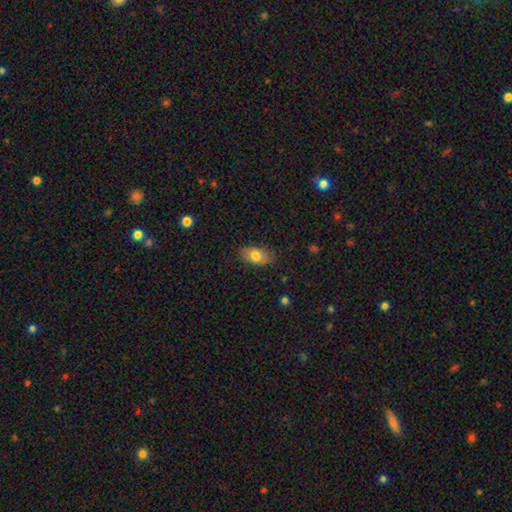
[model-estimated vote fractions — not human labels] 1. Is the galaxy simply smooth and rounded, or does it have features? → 79% smooth, 14% featured or disk, 7% star or artifact.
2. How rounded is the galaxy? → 90% in between, 6% round, 4% cigar-shaped.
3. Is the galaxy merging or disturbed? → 83% none, 13% minor disturbance, 3% major disturbance, 1% merger.